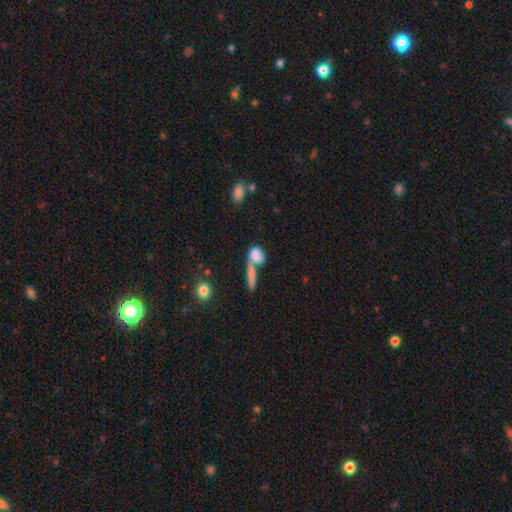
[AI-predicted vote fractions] A smooth galaxy with no disk features (73%) that is in between round and cigar-shaped (60%).

Vote fractions:
- Smooth or featured? smooth: 73% / featured or disk: 17% / star or artifact: 10%
- How rounded? in between: 60% / round: 23% / cigar-shaped: 17%
- Merging? merger: 50% / none: 32% / minor disturbance: 10% / major disturbance: 8%